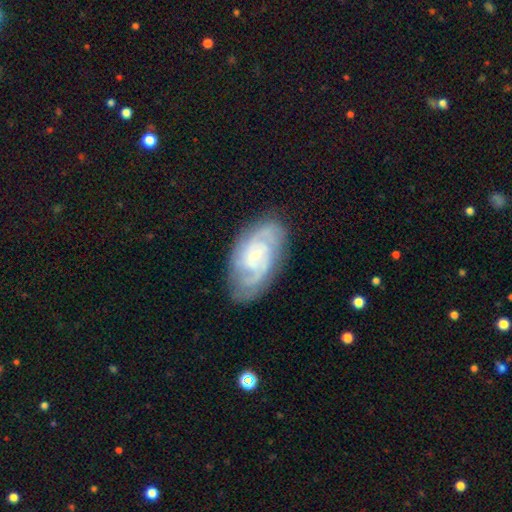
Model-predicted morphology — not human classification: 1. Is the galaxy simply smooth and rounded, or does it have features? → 81% featured or disk, 13% smooth, 6% star or artifact.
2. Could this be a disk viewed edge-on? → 96% no, 4% yes.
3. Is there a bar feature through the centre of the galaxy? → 48% weak, 40% no, 12% strong.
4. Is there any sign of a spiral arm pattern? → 95% yes, 5% no.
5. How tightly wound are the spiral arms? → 57% tight, 35% medium, 8% loose.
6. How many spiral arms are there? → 41% 2, 27% can't tell, 18% 3, 6% 4, 4% 1, 4% more than 4.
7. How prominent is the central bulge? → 62% small, 21% moderate, 14% none, 3% large, 1% dominant.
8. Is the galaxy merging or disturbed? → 76% none, 17% minor disturbance, 6% major disturbance, 1% merger.